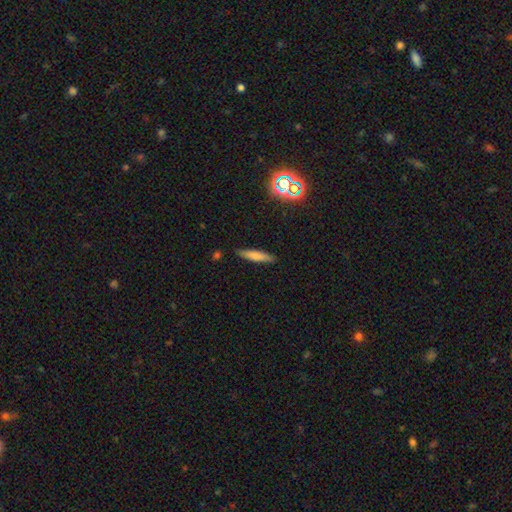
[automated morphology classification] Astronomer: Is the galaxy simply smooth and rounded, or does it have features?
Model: smooth — 74%.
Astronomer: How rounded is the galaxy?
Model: cigar-shaped — 85%.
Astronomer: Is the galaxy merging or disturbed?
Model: none — 88%.